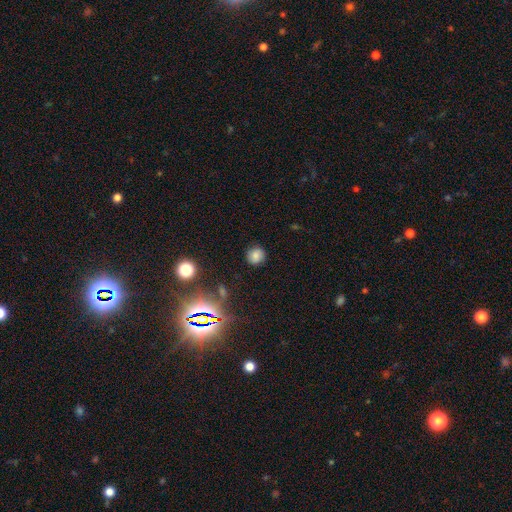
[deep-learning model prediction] Overall: smooth (72%). How rounded: round (88%). Merging: none (87%).